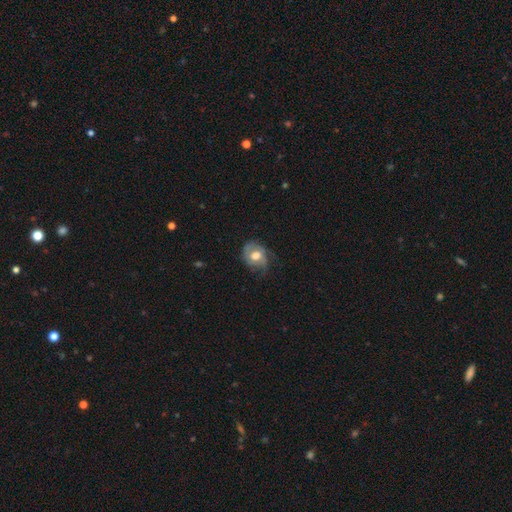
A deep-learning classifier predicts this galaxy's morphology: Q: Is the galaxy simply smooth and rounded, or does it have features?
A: featured or disk — 50%.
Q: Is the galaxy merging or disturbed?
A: none — 51%.